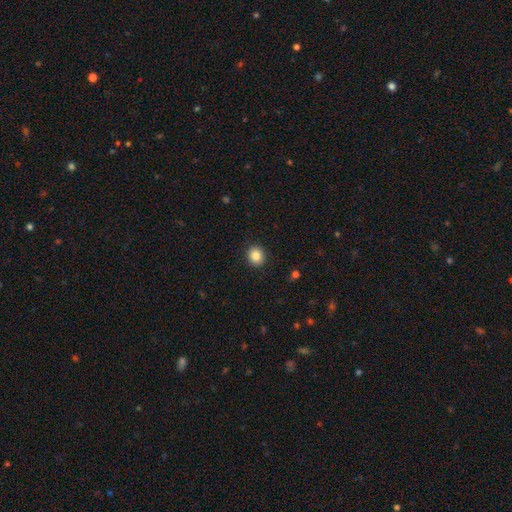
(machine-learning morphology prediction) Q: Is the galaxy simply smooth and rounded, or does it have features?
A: smooth — 85%.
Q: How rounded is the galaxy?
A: round — 79%.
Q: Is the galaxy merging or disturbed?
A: none — 91%.